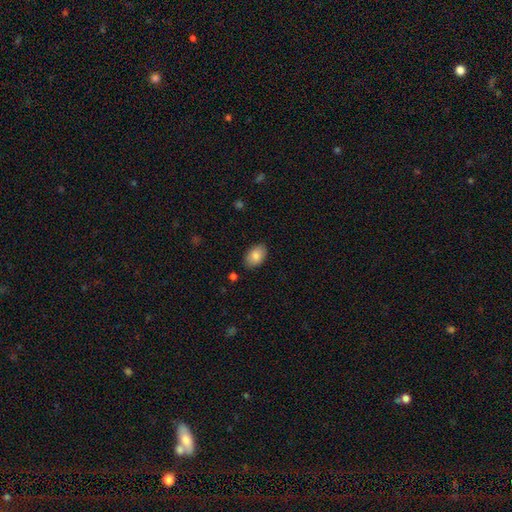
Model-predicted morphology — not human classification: The model was most divided on "merging": none: 86%, minor disturbance: 11%, major disturbance: 2%, merger: 1%. More confident: how rounded — in between (91%); smooth or featured — smooth (86%).